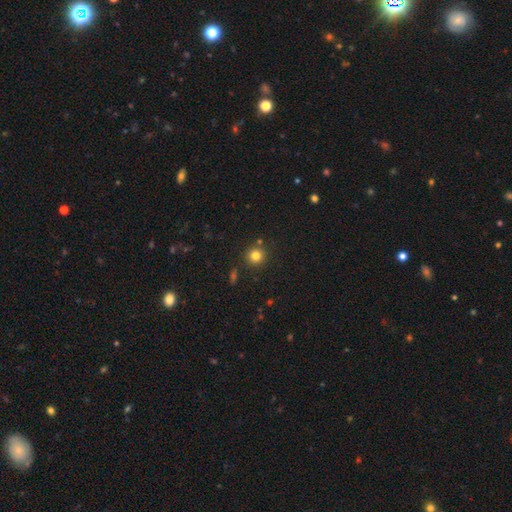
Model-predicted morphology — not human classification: type=smooth (80%); roundness=round (93%); merging=none (86%).